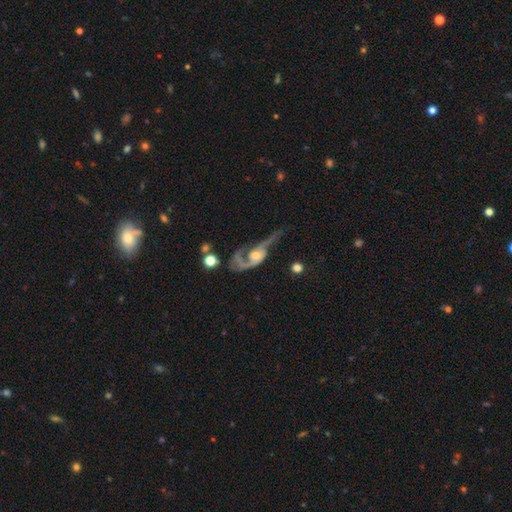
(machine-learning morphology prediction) This appears to be a featured or disk galaxy (82%) with no bar (69%), 2 (64%) loose (56%) spiral arms (89%) and a moderate central bulge (56%). Merging: major disturbance (50%).